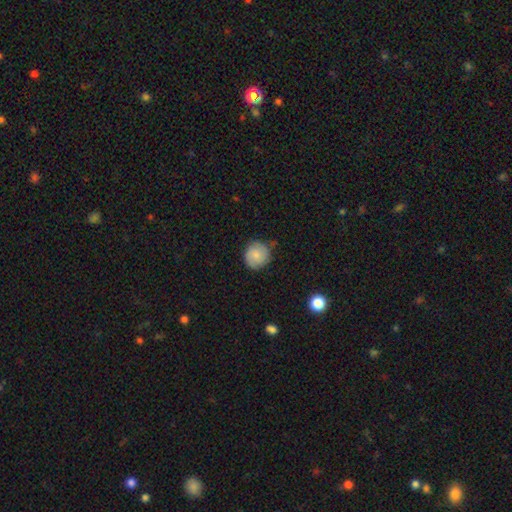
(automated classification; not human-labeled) Smooth or featured? Predicted: smooth (p=0.79). How rounded? Predicted: round (p=0.90). Merging? Predicted: none (p=0.75).